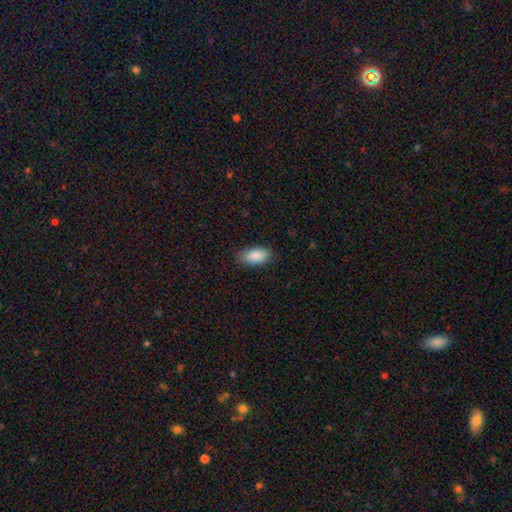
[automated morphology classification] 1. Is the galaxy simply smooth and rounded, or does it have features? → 90% smooth, 6% star or artifact, 4% featured or disk.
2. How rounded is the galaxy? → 93% in between, 5% cigar-shaped, 2% round.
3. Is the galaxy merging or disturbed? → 85% none, 12% minor disturbance, 2% major disturbance, 1% merger.